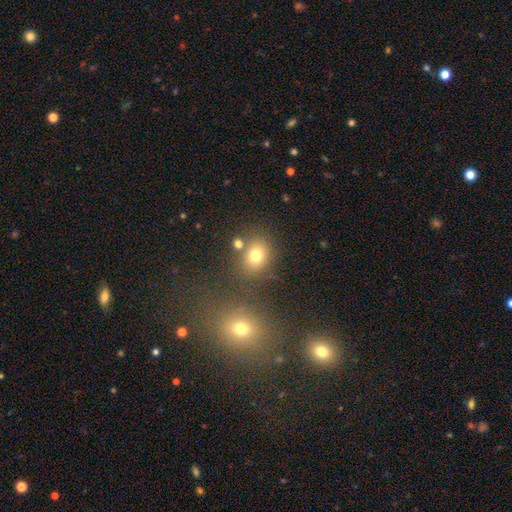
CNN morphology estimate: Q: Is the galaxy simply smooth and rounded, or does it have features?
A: smooth — 73%.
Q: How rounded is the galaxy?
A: round — 66%.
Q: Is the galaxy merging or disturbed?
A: none — 70%.